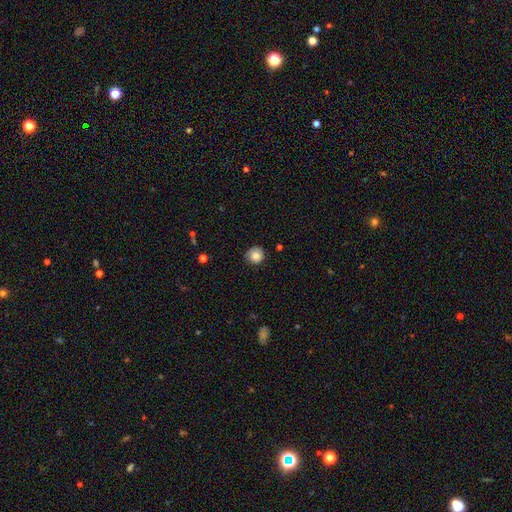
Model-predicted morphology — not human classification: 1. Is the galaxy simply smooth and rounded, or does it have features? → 83% smooth, 9% star or artifact, 8% featured or disk.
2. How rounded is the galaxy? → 89% round, 10% in between, 1% cigar-shaped.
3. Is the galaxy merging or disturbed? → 82% none, 14% minor disturbance, 3% major disturbance, 1% merger.